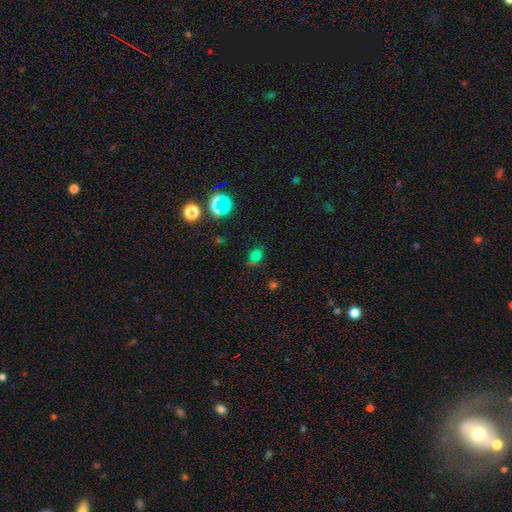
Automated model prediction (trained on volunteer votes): The model was most divided on "how rounded": round: 64%, in between: 35%, cigar-shaped: 1%. More confident: merging — none (69%); smooth or featured — smooth (65%).